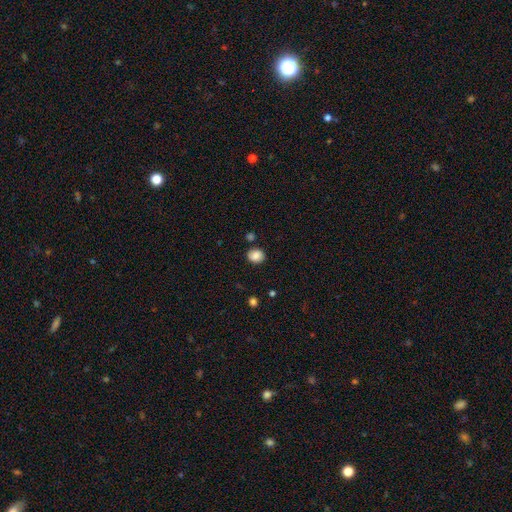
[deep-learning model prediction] Smooth or featured? smooth (85%)
How rounded? round (68%)
Merging? none (83%)